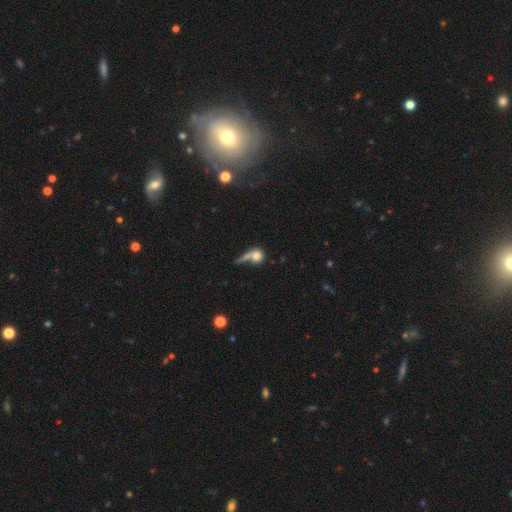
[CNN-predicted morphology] Overall: smooth (67%). How rounded: round (69%). Merging: merger (32%; none 31%).